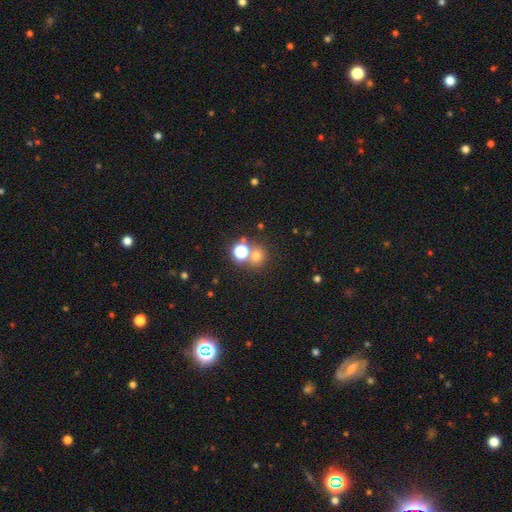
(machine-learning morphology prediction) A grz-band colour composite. It shows a smooth galaxy with no disk features (66%) that is round (84%). Merging: none (62%).